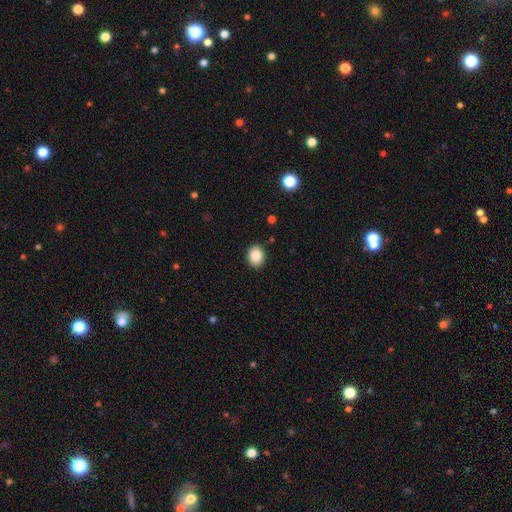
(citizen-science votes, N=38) Smooth or featured? 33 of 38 (87%) said smooth. How rounded? 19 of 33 (58%) said in between. Merging? 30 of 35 (86%) said none.